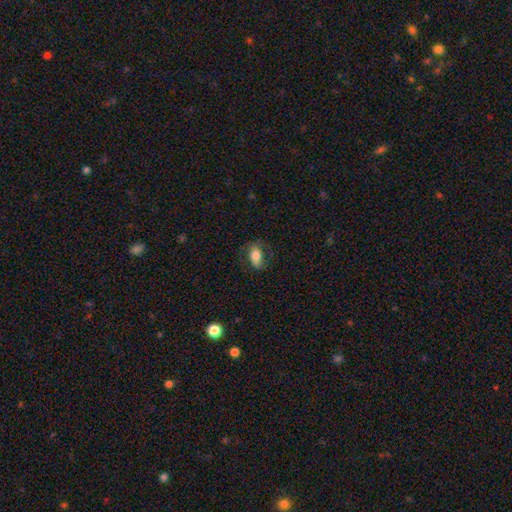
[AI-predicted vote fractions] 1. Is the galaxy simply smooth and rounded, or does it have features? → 70% smooth, 23% featured or disk, 8% star or artifact.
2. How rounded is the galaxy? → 87% in between, 8% round, 5% cigar-shaped.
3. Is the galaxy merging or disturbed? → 67% none, 20% minor disturbance, 11% major disturbance, 1% merger.